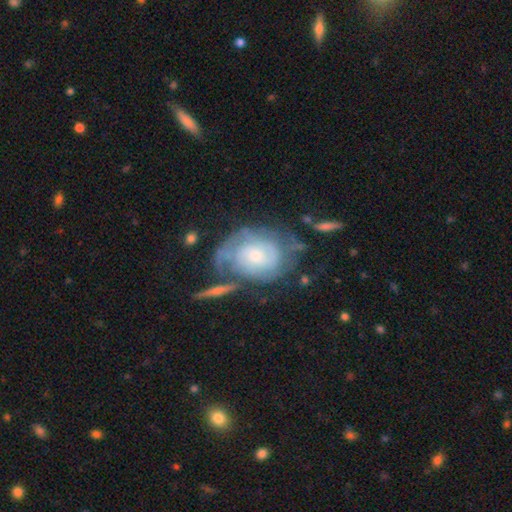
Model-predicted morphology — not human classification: Smooth or featured?
  - featured or disk: 75% *
  - smooth: 19%
  - star or artifact: 6%
Edge-on disk?
  - no: 96% *
  - yes: 4%
Bar?
  - no: 74% *
  - weak: 22%
  - strong: 4%
Spiral arms?
  - yes: 86% *
  - no: 14%
Spiral winding?
  - tight: 65% *
  - medium: 26%
  - loose: 9%
Spiral arm count?
  - can't tell: 47% *
  - 2: 27%
  - 3: 11%
  - 1: 6%
  - 4: 5%
  - more than 4: 4%
Bulge size?
  - small: 59% *
  - moderate: 33%
  - large: 4%
  - none: 2%
  - dominant: 1%
Merging?
  - none: 48% *
  - minor disturbance: 23%
  - major disturbance: 18%
  - merger: 11%